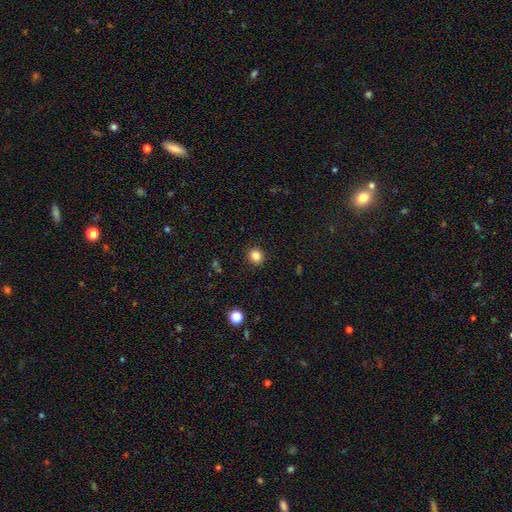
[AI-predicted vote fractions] A smooth galaxy with no disk features (84%) that is round (82%).

Vote fractions:
- Smooth or featured? smooth: 84% / star or artifact: 12% / featured or disk: 5%
- How rounded? round: 82% / in between: 18% / cigar-shaped: 1%
- Merging? none: 91% / minor disturbance: 6% / major disturbance: 2% / merger: 1%